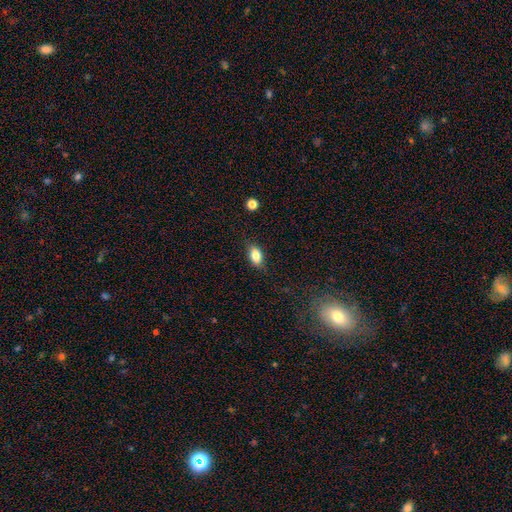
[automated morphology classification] The model was most divided on "merging": none: 83%, minor disturbance: 13%, major disturbance: 3%, merger: 1%. More confident: how rounded — in between (88%); smooth or featured — smooth (83%).